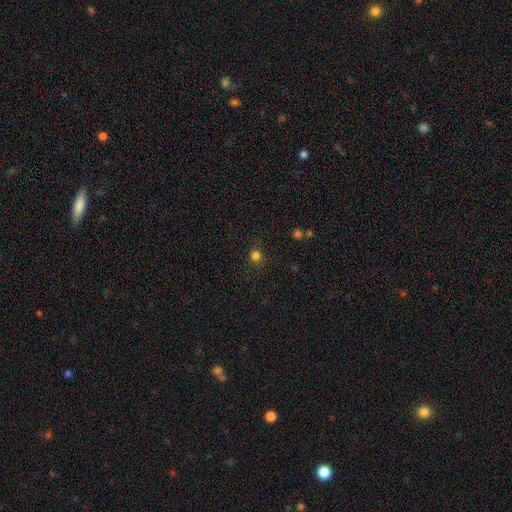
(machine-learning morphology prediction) This is likely a smooth galaxy (78%). How rounded: clearly round (89%). Merging: clearly none (85%).